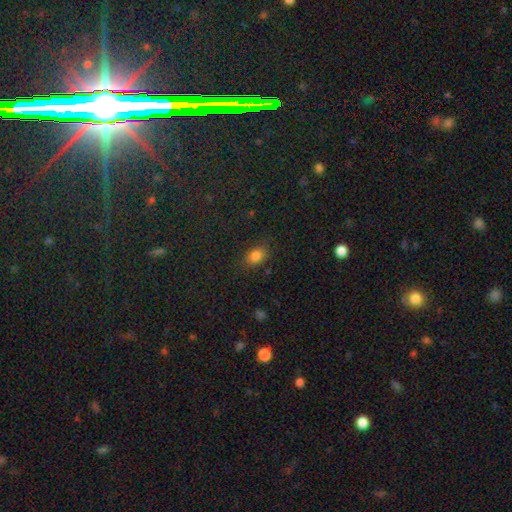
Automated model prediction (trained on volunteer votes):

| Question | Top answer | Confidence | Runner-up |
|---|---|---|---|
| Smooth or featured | smooth | 80% | star or artifact (13%) |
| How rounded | in between | 75% | round (23%) |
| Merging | none | 81% | minor disturbance (14%) |